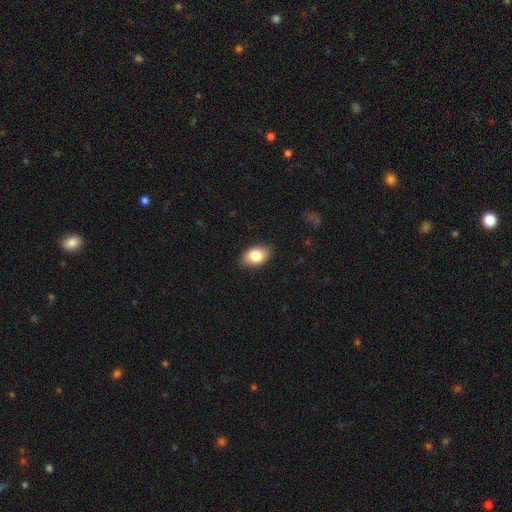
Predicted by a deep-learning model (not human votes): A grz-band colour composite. It shows a smooth galaxy with no disk features (83%) that is in between round and cigar-shaped (87%). Merging: none (85%).